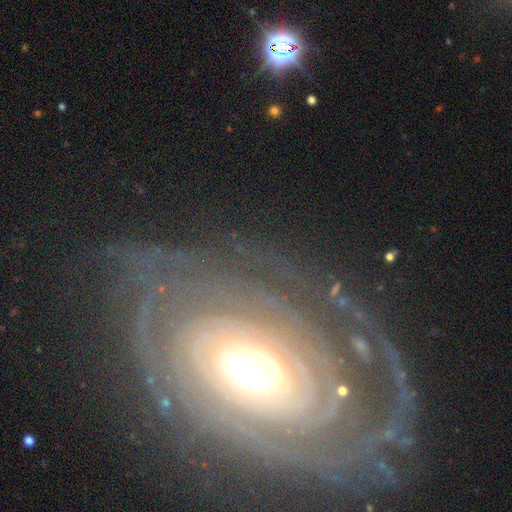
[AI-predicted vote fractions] smooth_or_featured: featured or disk (p=0.88) [alt: smooth p=0.06]
disk_edge_on: no (p=0.96) [alt: yes p=0.04]
bar: no (p=0.56) [alt: weak p=0.25]
has_spiral_arms: yes (p=0.95) [alt: no p=0.05]
spiral_winding: tight (p=0.83) [alt: medium p=0.14]
spiral_arm_count: can't tell (p=0.31) [alt: more than 4 p=0.16]
bulge_size: moderate (p=0.58) [alt: large p=0.29]
merging: none (p=0.74) [alt: minor disturbance p=0.15]